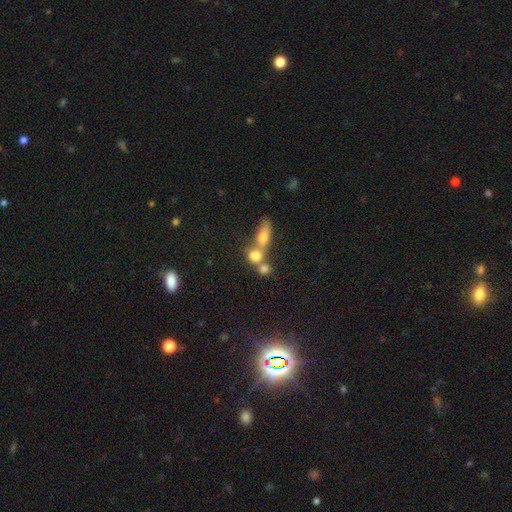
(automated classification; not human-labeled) A smooth galaxy with no disk features (73%) that is round (54%). Merging: merger (57%).